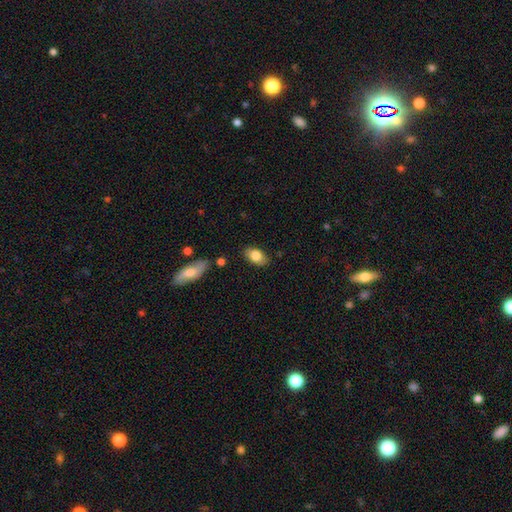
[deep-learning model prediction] Q: Smooth or featured?
A: smooth (80%); runner-up: featured or disk (13%)
Q: How rounded?
A: in between (91%); runner-up: round (6%)
Q: Merging?
A: none (82%); runner-up: minor disturbance (13%)